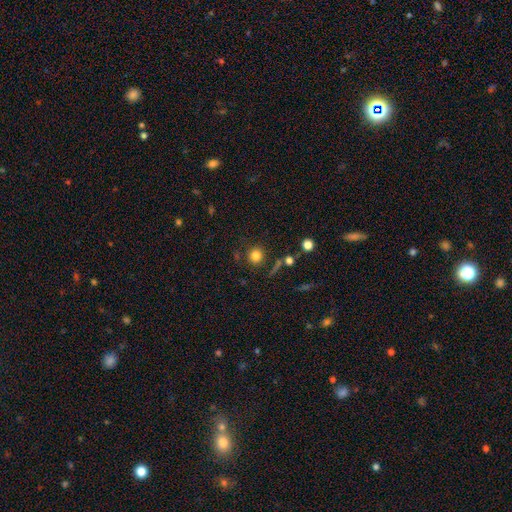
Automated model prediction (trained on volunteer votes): Smooth or featured? smooth (79%)
How rounded? round (90%)
Merging? none (82%)